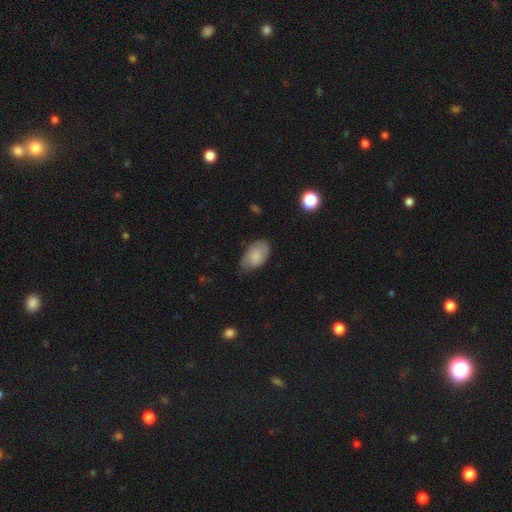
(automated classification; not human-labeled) smooth 75%, featured or disk 18%, star or artifact 7%. Down the decision tree: how rounded — in between (92%); merging — none (56%).